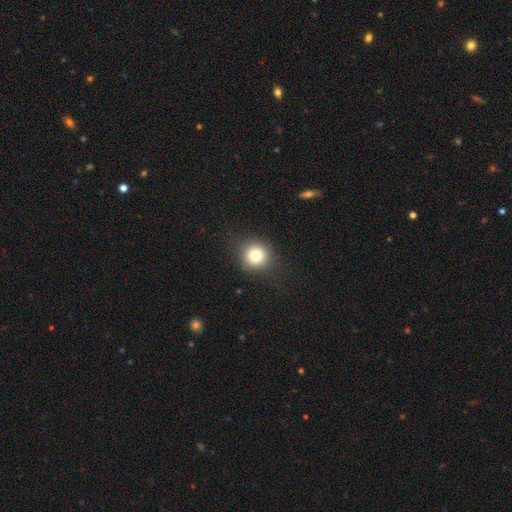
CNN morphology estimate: Smooth or featured? smooth (80%)
How rounded? round (90%)
Merging? none (85%)